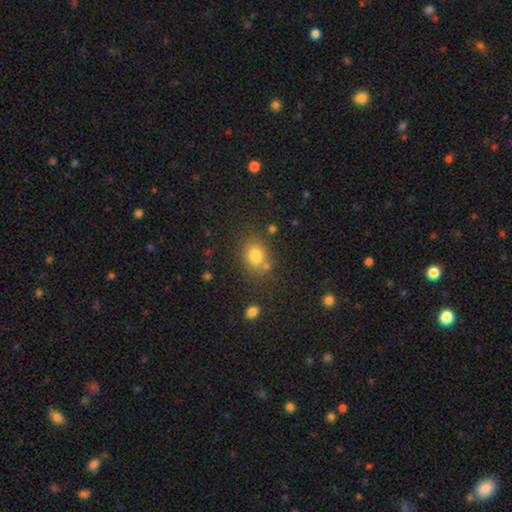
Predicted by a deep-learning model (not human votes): This is likely a smooth galaxy (78%). How rounded: likely round (60%). Merging: likely none (72%).